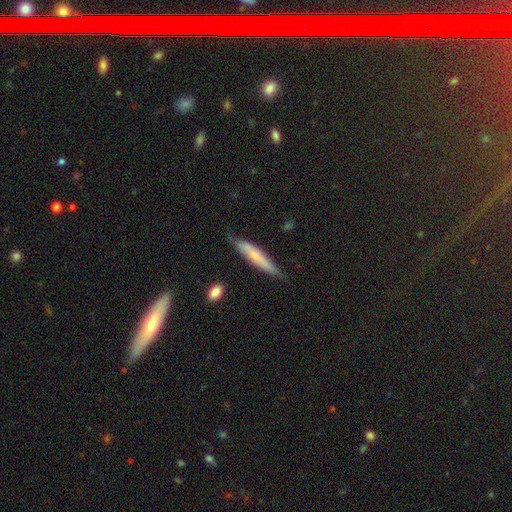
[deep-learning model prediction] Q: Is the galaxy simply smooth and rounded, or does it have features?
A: smooth — 59%.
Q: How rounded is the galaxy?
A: cigar-shaped — 88%.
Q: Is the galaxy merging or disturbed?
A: none — 67%.